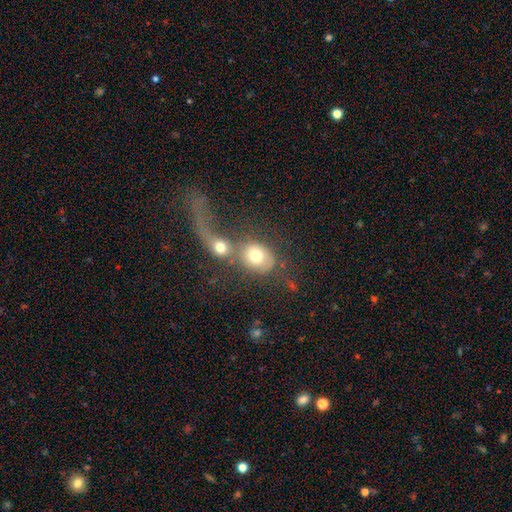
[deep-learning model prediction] Smooth or featured? smooth (68%)
How rounded? round (58%)
Merging? merger (59%)